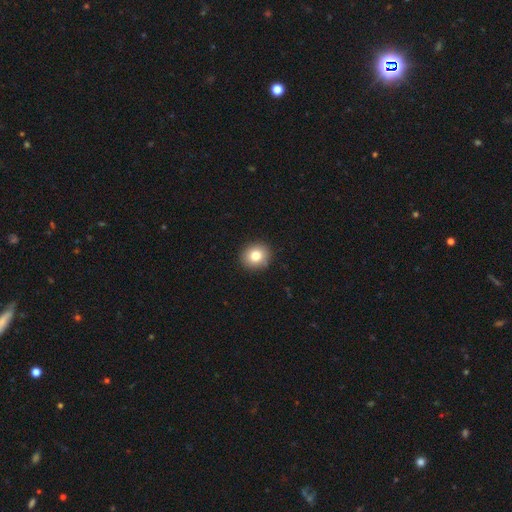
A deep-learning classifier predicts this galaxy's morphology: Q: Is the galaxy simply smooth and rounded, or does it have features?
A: smooth — 81%.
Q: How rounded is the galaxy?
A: round — 81%.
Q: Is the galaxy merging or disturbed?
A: none — 91%.